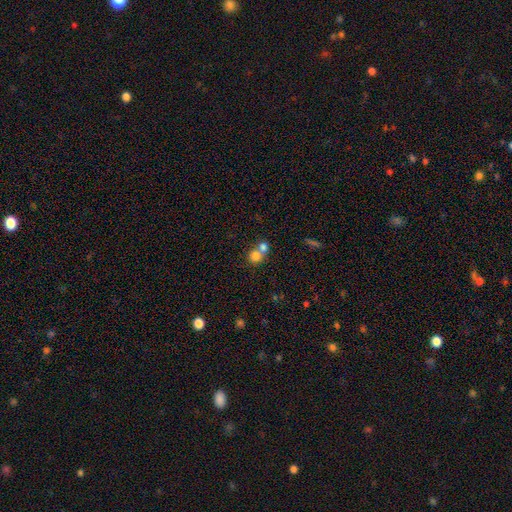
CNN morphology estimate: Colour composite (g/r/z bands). It shows a smooth galaxy with no disk features (77%) that is round (84%). Merging: merger (58%).